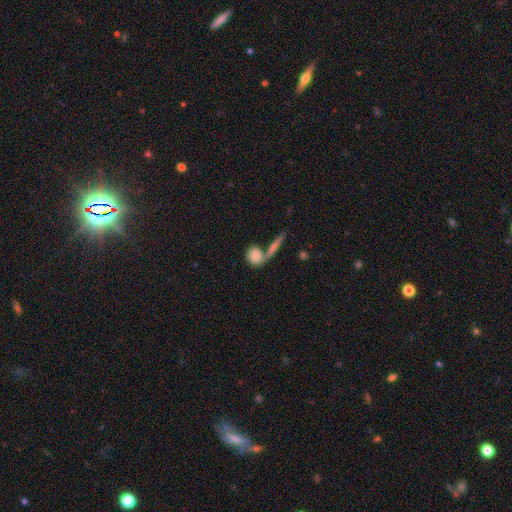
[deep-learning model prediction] This appears to be a smooth galaxy with no disk features (77%) that is round (64%). Merging: none (46%).